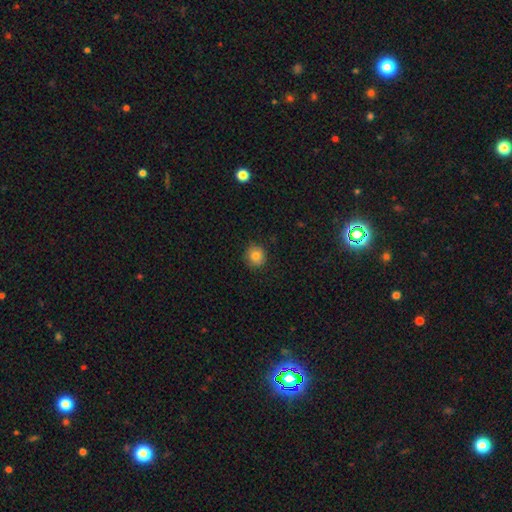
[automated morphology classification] smooth-or-featured: smooth: 82% | star or artifact: 10% | featured or disk: 8%
  how-rounded: round: 89% | in between: 10% | cigar-shaped: 1%
  merging: none: 86% | minor disturbance: 11% | major disturbance: 2% | merger: 1%